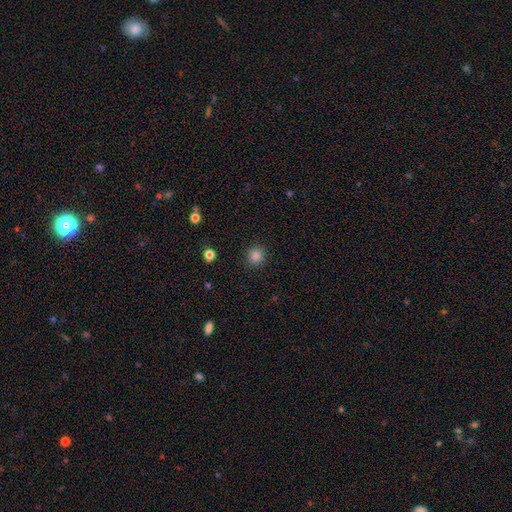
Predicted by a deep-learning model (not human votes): smooth-or-featured: smooth: 85% | star or artifact: 12% | featured or disk: 4%
  how-rounded: round: 84% | in between: 15% | cigar-shaped: 1%
  merging: none: 89% | minor disturbance: 7% | major disturbance: 2% | merger: 1%